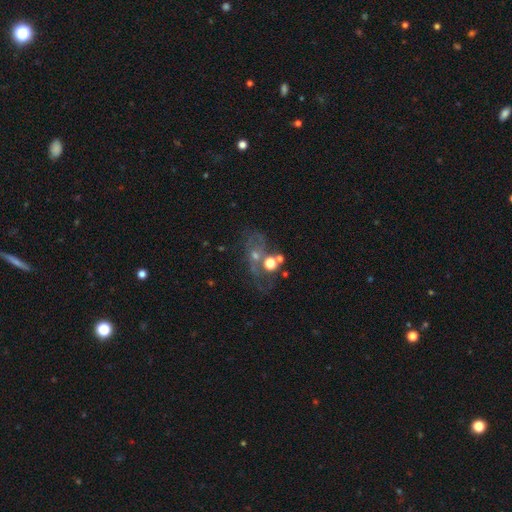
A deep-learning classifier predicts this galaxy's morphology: featured or disk 51%, star or artifact 24%, smooth 24%. Down the decision tree: edge-on disk — no (92%); merging — none (45%).